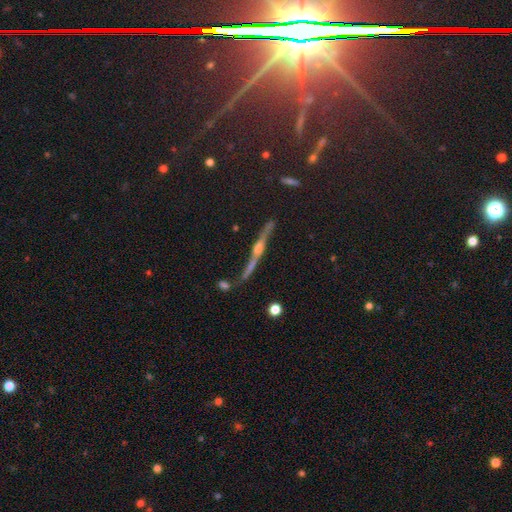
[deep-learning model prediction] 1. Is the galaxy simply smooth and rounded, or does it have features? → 77% featured or disk, 13% star or artifact, 10% smooth.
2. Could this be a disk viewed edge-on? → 91% yes, 9% no.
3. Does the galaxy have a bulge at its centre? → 90% rounded, 6% none, 5% boxy.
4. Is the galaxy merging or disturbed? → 74% none, 15% minor disturbance, 6% major disturbance, 5% merger.